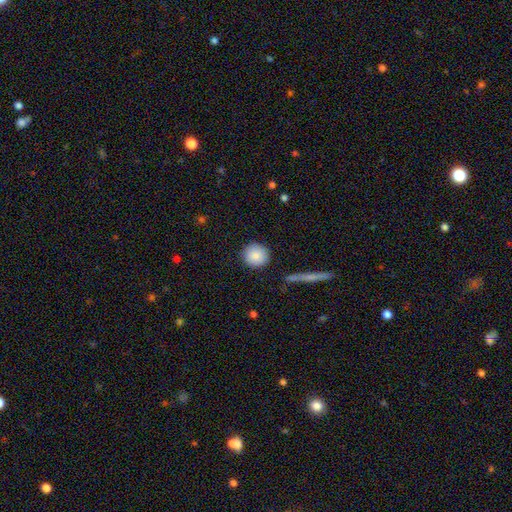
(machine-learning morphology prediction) This appears to be a smooth galaxy with no disk features (87%) that is round (93%). Merging: none (90%).